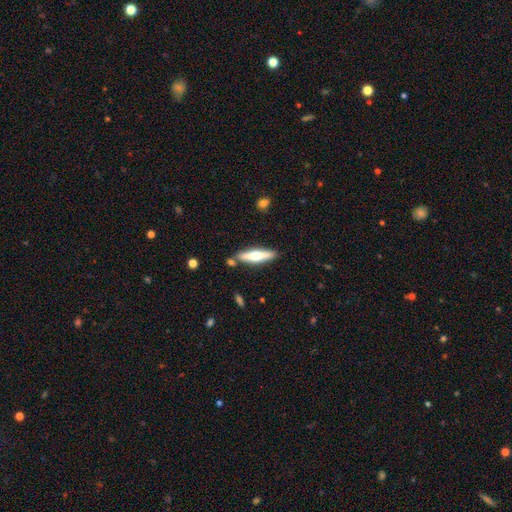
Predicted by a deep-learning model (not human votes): featured or disk 50%, smooth 44%, star or artifact 5%. Down the decision tree: edge-on disk — yes (93%); merging — none (83%).